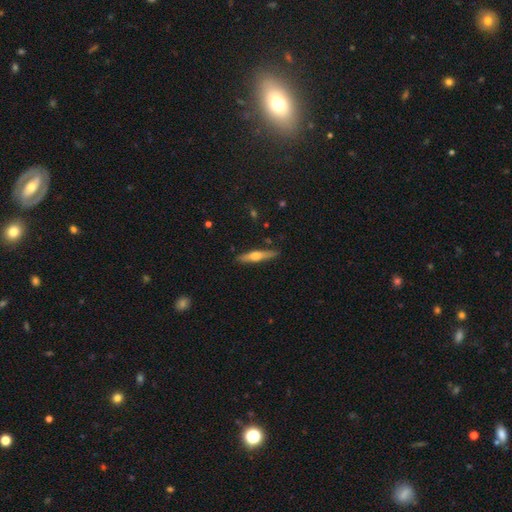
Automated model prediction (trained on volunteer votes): featured or disk 56%, smooth 38%, star or artifact 6%. Down the decision tree: edge-on disk — yes (96%); edge-on bulge — rounded (88%); merging — none (87%).